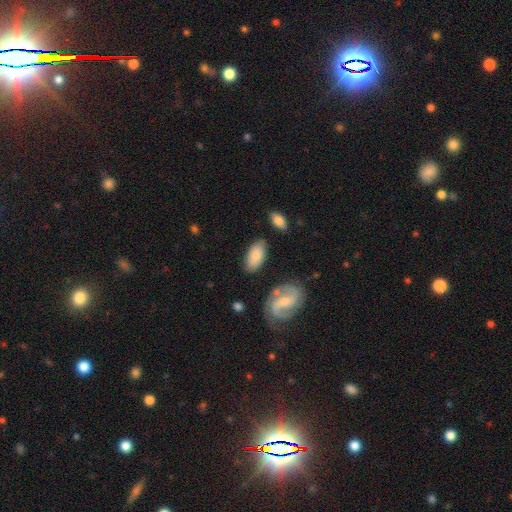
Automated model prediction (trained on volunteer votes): Smooth or featured? smooth (73%)
How rounded? in between (93%)
Merging? none (78%)